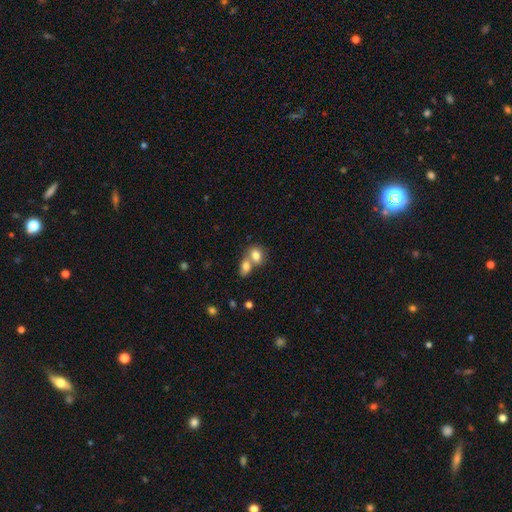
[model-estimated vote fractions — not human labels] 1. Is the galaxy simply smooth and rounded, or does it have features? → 80% smooth, 11% featured or disk, 8% star or artifact.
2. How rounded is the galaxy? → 66% in between, 32% round, 2% cigar-shaped.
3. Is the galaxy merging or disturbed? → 63% merger, 28% none, 7% minor disturbance, 3% major disturbance.